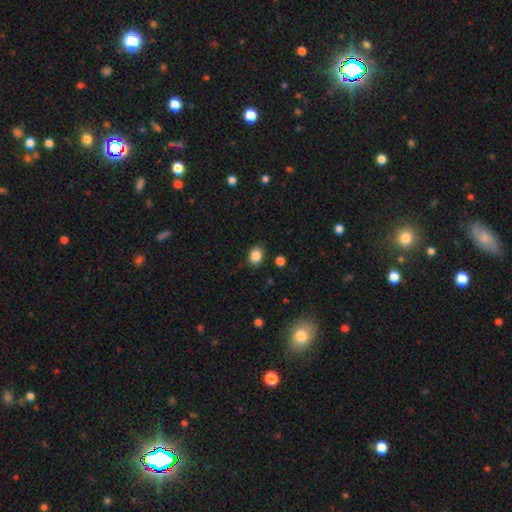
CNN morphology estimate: Smooth or featured?
  - smooth: 86% *
  - star or artifact: 10%
  - featured or disk: 4%
How rounded?
  - in between: 58% *
  - round: 41%
  - cigar-shaped: 1%
Merging?
  - none: 86% *
  - minor disturbance: 9%
  - major disturbance: 3%
  - merger: 2%